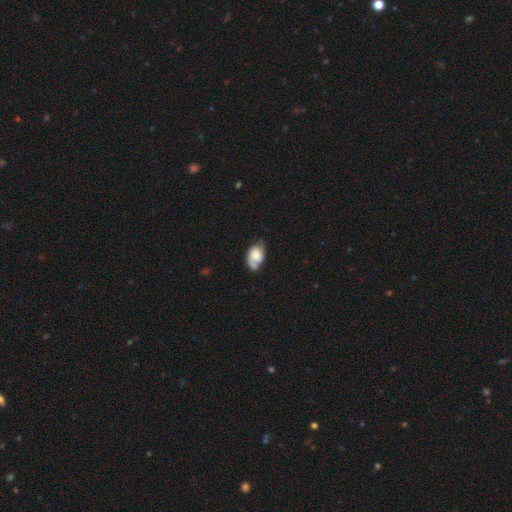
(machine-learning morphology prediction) Overall: smooth (47%; featured or disk 46%). Merging: none (47%; minor disturbance 31%).